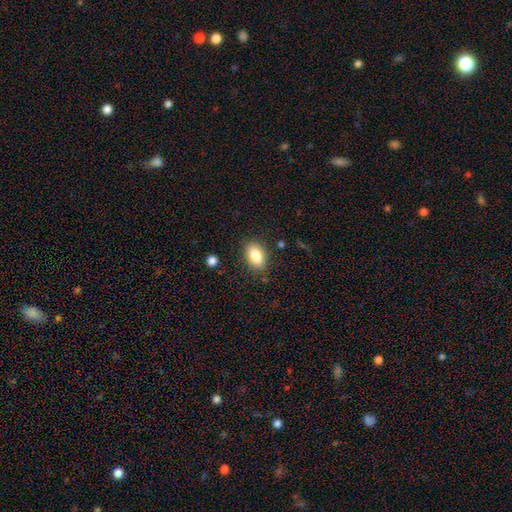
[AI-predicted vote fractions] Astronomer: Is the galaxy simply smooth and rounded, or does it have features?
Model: smooth — 85%.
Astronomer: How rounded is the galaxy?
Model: in between — 89%.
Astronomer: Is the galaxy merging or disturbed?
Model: none — 85%.